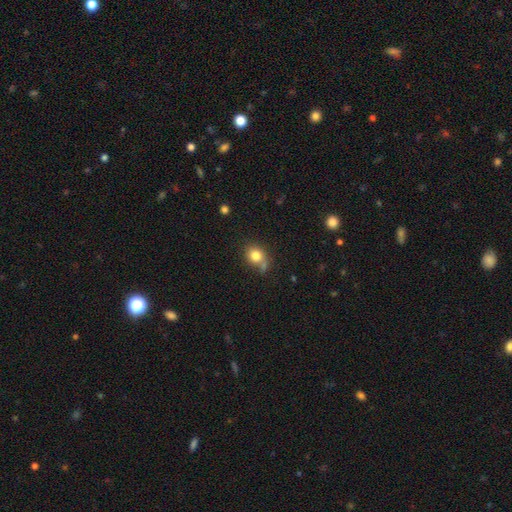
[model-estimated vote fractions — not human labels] Morphology: type=smooth (79%); roundness=round (66%); merging=none (58%).